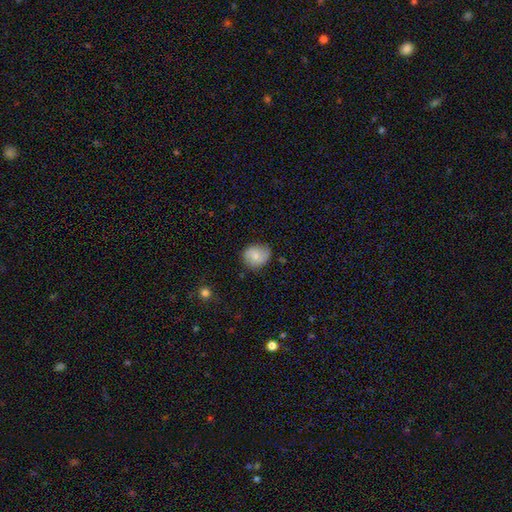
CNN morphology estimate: smooth_or_featured: smooth (p=0.71) [alt: featured or disk p=0.21]
how_rounded: round (p=0.76) [alt: in between p=0.23]
merging: none (p=0.73) [alt: minor disturbance p=0.21]